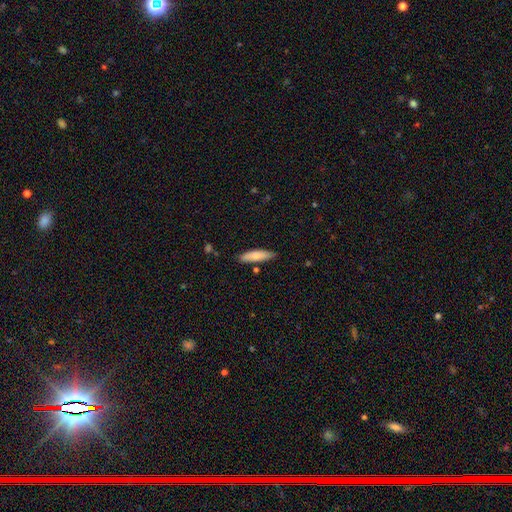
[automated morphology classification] This appears to be a smooth galaxy with no disk features (77%) that is cigar-shaped (65%). Merging: none (82%).